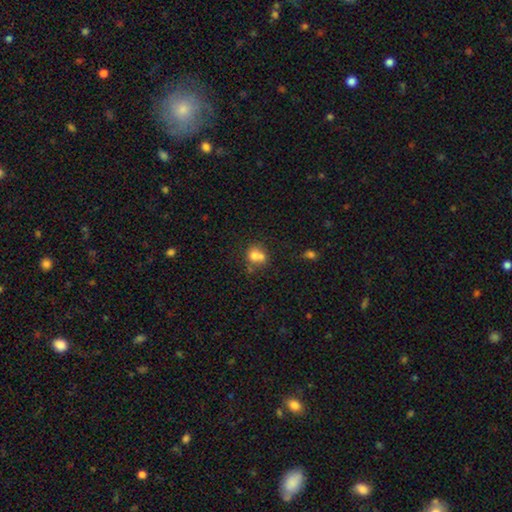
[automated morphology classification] A smooth galaxy with no disk features (71%) that is round (69%). Merging: merger (48%).